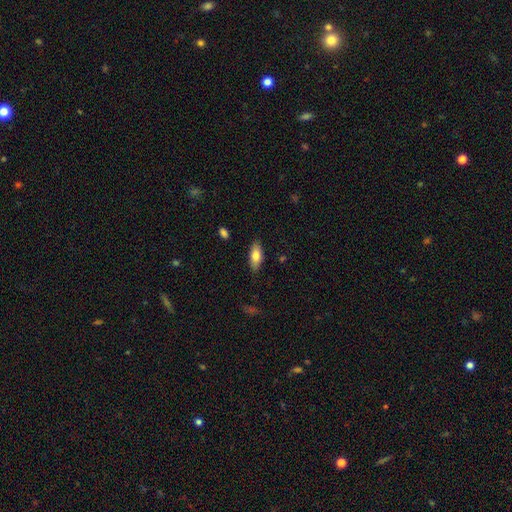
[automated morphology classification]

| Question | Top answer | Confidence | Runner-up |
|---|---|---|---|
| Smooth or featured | smooth | 77% | featured or disk (17%) |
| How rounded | in between | 80% | cigar-shaped (18%) |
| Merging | none | 85% | minor disturbance (11%) |